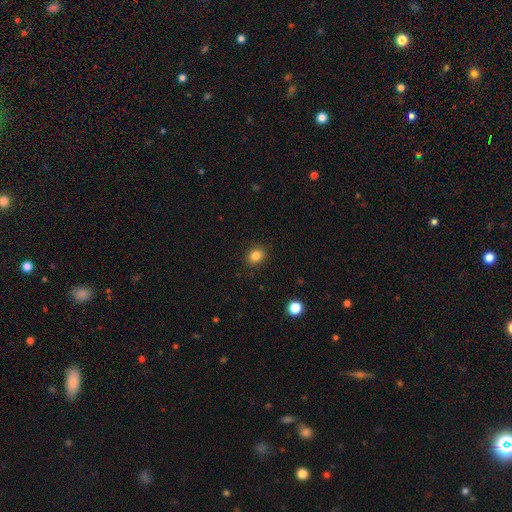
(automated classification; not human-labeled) Smooth or featured? Predicted: smooth (p=0.84). How rounded? Predicted: round (p=0.63). Merging? Predicted: none (p=0.90).